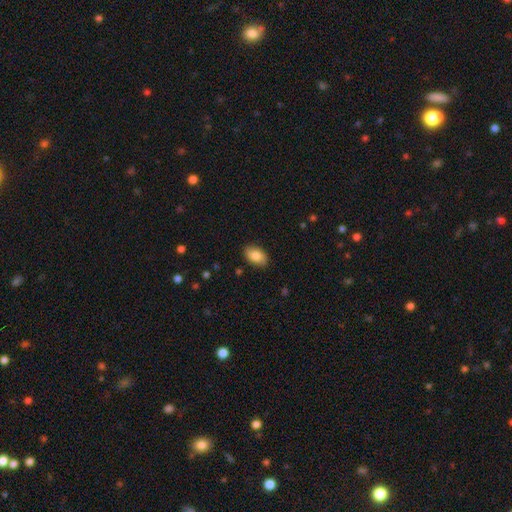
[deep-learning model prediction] Q: Smooth or featured?
A: smooth (83%); runner-up: featured or disk (10%)
Q: How rounded?
A: in between (91%); runner-up: round (7%)
Q: Merging?
A: none (87%); runner-up: minor disturbance (10%)